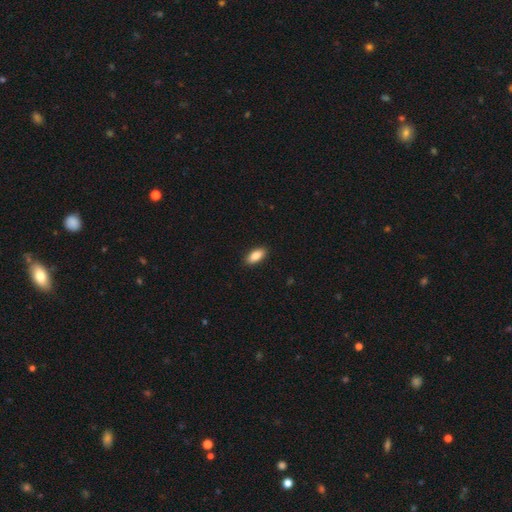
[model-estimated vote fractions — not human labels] Smooth or featured? Predicted: smooth (p=0.86). How rounded? Predicted: in between (p=0.88). Merging? Predicted: none (p=0.90).